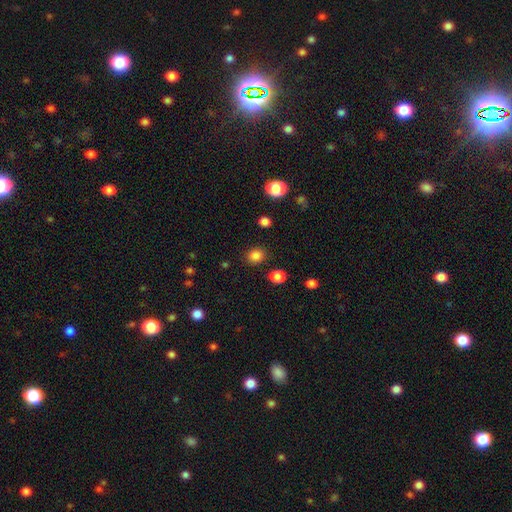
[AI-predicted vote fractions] This is clearly a smooth galaxy (84%). How rounded: likely round (74%). Merging: clearly none (87%).